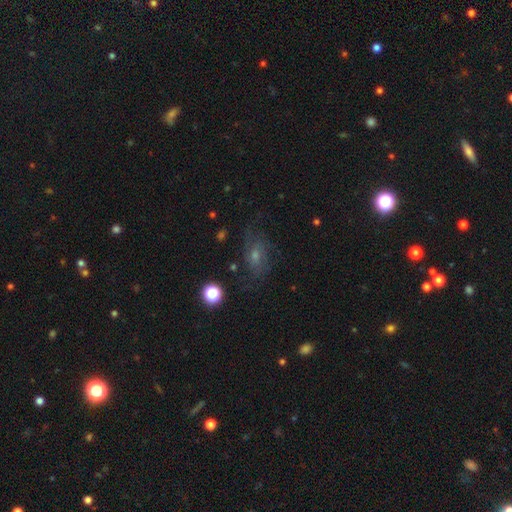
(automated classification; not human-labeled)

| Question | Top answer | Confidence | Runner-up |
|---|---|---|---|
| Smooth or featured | featured or disk | 51% | smooth (32%) |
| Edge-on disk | no | 94% | yes (6%) |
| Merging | none | 61% | minor disturbance (20%) |